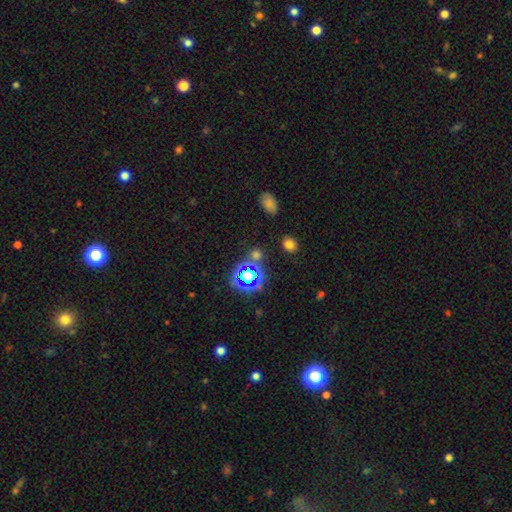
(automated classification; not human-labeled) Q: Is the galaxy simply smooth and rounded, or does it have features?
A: star or artifact — 53%.